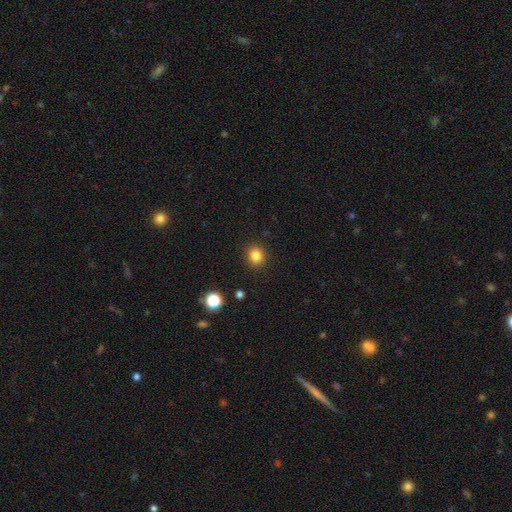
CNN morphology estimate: smooth 83%, star or artifact 12%, featured or disk 5%. Down the decision tree: how rounded — round (81%); merging — none (90%).